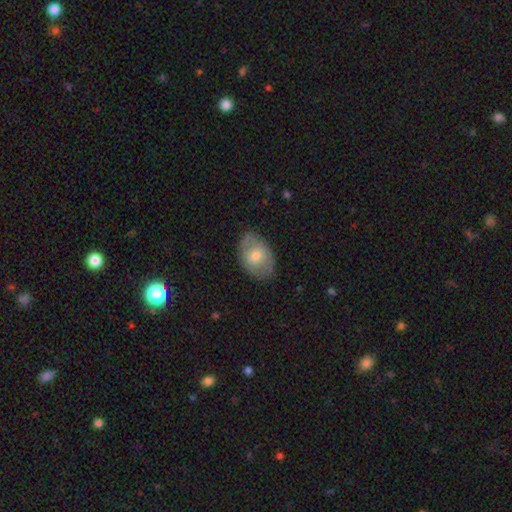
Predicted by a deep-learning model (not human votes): This is possibly a smooth galaxy (59%). How rounded: clearly in between (80%). Merging: likely none (75%).